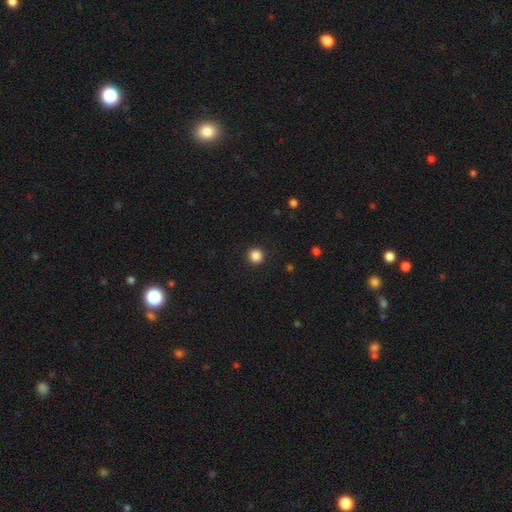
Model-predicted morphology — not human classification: Q: Smooth or featured?
A: smooth (86%); runner-up: star or artifact (11%)
Q: How rounded?
A: round (95%); runner-up: in between (4%)
Q: Merging?
A: none (92%); runner-up: minor disturbance (5%)